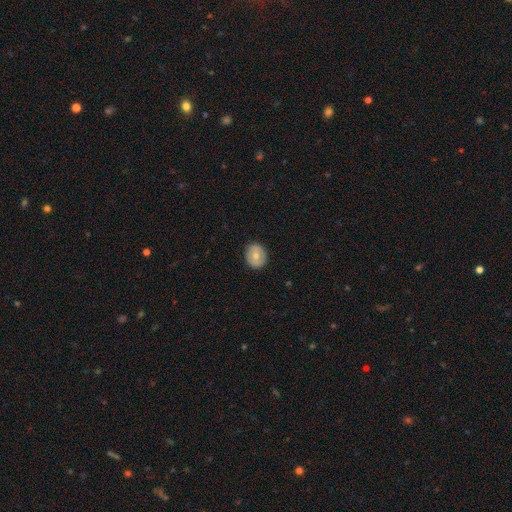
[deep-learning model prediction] This is likely a smooth galaxy (64%). How rounded: likely round (72%). Merging: clearly none (88%).